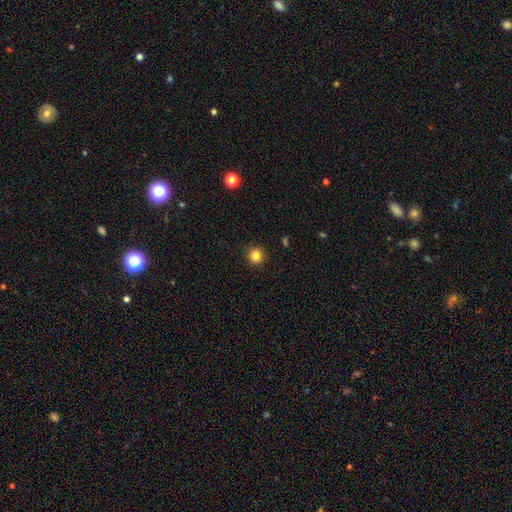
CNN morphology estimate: Smooth or featured?
  - smooth: 83% *
  - star or artifact: 12%
  - featured or disk: 5%
How rounded?
  - round: 94% *
  - in between: 5%
  - cigar-shaped: 1%
Merging?
  - none: 90% *
  - minor disturbance: 7%
  - major disturbance: 2%
  - merger: 1%